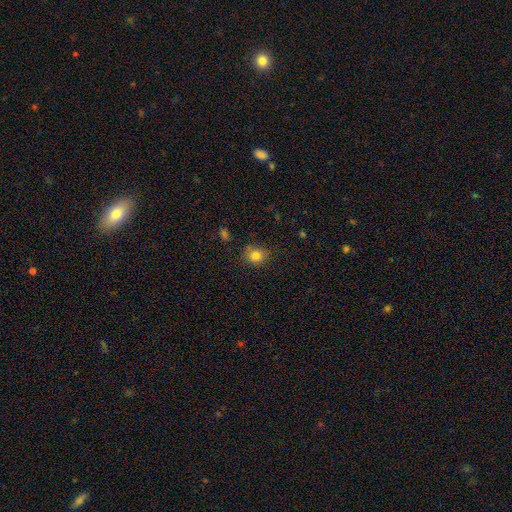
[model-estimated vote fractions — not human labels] Smooth or featured? smooth (80%)
How rounded? round (71%)
Merging? none (79%)